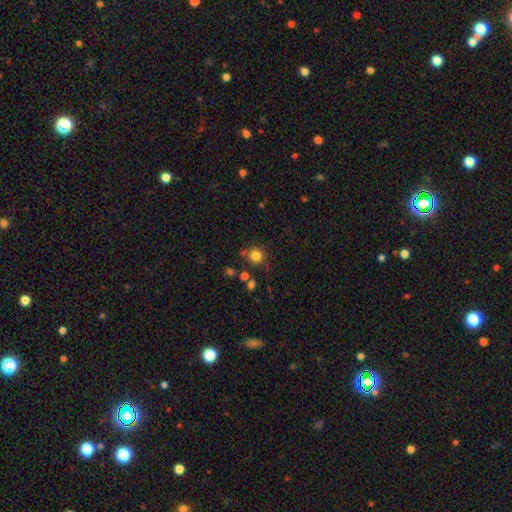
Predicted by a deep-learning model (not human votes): Smooth or featured? smooth (82%)
How rounded? round (89%)
Merging? none (78%)